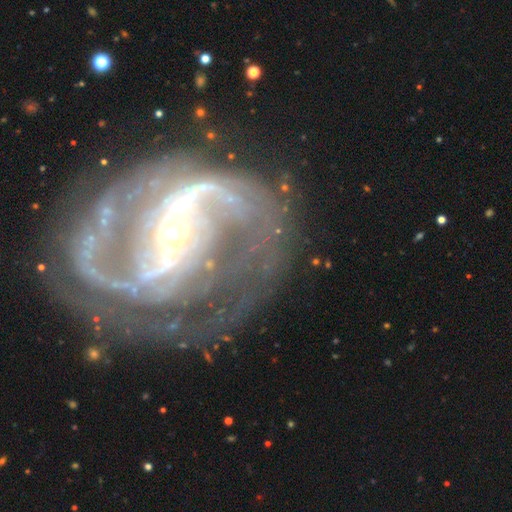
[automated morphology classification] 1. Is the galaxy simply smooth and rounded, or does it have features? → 92% featured or disk, 5% star or artifact, 3% smooth.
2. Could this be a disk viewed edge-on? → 98% no, 2% yes.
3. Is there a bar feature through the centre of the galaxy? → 52% strong, 30% weak, 17% no.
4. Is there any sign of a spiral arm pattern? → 98% yes, 2% no.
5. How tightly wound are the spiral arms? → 51% medium, 33% loose, 16% tight.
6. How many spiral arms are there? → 86% 2, 4% 3, 3% can't tell, 2% 1, 2% 4, 2% more than 4.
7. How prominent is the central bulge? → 76% small, 19% moderate, 2% large, 2% none, 1% dominant.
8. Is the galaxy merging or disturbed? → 65% none, 16% major disturbance, 16% minor disturbance, 3% merger.